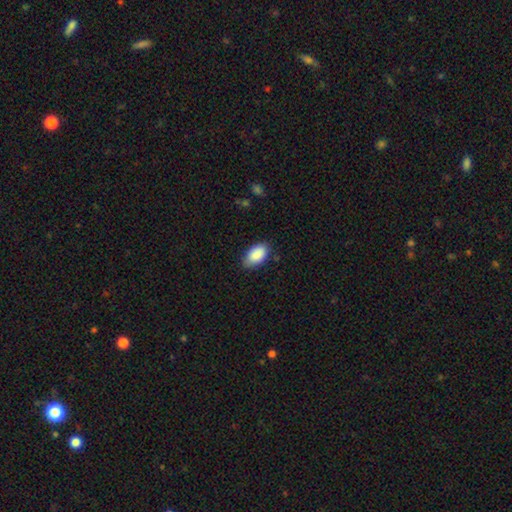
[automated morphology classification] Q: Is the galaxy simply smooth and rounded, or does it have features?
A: smooth — 89%.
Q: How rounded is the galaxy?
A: in between — 94%.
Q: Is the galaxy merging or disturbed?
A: none — 78%.